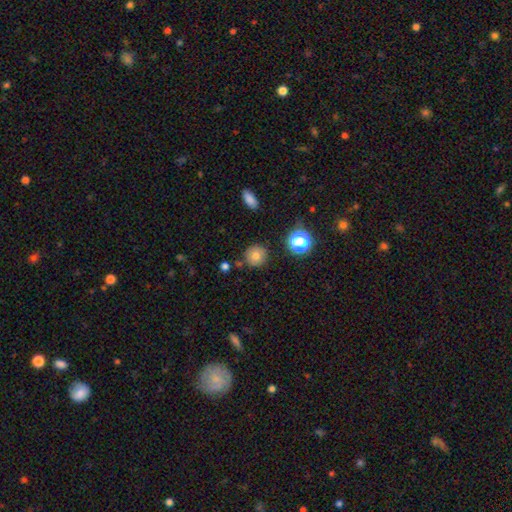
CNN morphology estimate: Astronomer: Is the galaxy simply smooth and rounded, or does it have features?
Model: smooth — 76%.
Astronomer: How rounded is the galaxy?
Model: round — 92%.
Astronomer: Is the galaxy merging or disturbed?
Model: none — 85%.